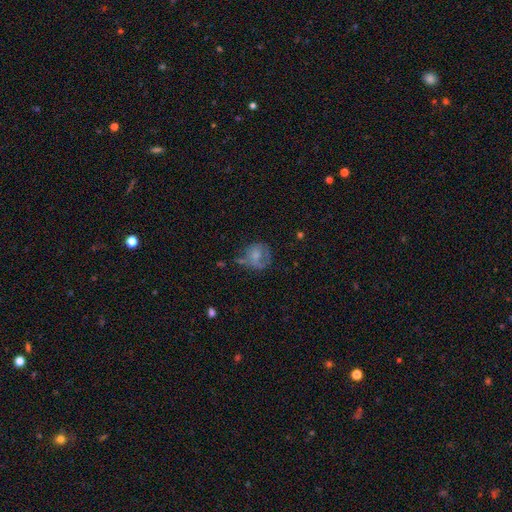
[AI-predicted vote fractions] Smooth or featured? smooth (59%)
How rounded? round (73%)
Merging? none (39%)